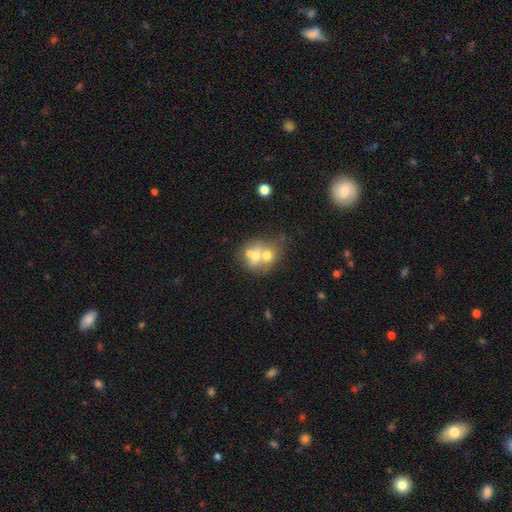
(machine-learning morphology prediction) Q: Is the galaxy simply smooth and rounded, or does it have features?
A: smooth — 55%.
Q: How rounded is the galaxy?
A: round — 68%.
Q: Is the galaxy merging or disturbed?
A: merger — 62%.